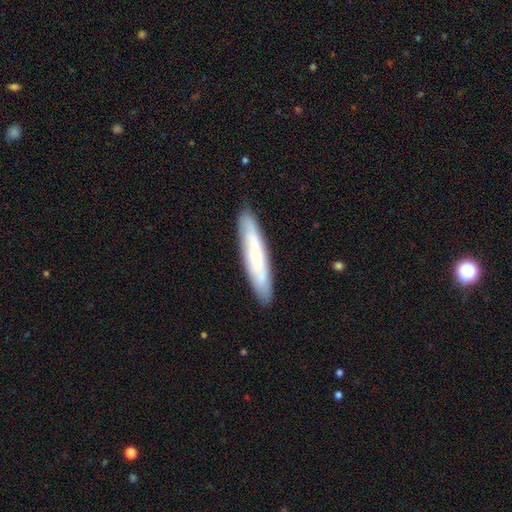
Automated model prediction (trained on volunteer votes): This is possibly a featured or disk galaxy (48%). Merging: clearly none (88%).